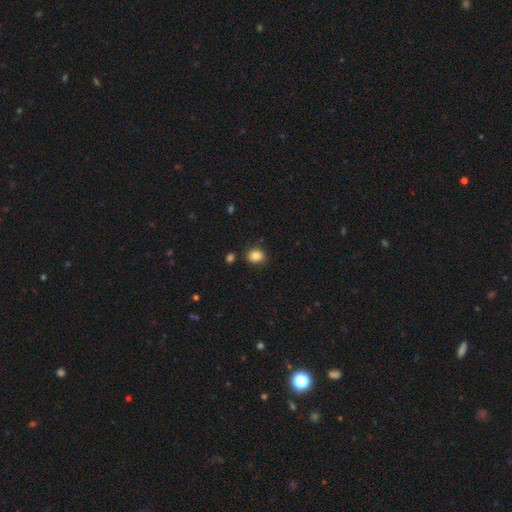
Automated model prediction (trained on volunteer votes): This appears to be a smooth galaxy with no disk features (84%) that is round (55%). Merging: none (83%).